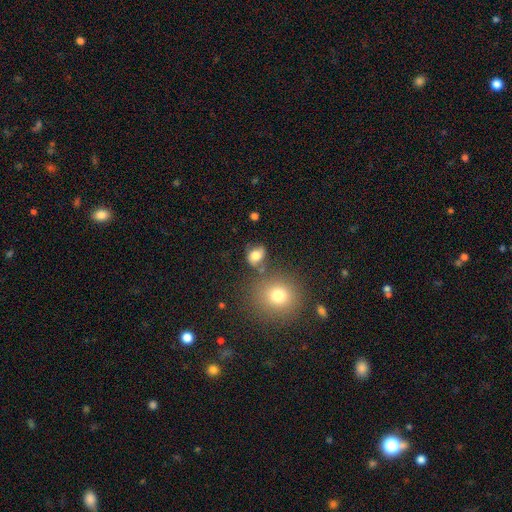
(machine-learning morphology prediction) Q: Smooth or featured?
A: smooth (71%); runner-up: featured or disk (16%)
Q: How rounded?
A: in between (57%); runner-up: round (41%)
Q: Merging?
A: none (58%); runner-up: minor disturbance (21%)